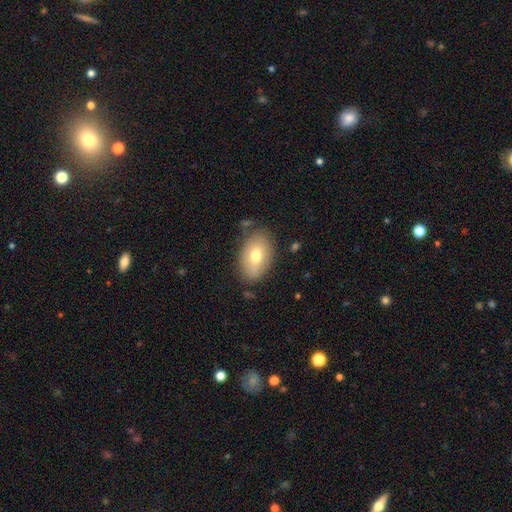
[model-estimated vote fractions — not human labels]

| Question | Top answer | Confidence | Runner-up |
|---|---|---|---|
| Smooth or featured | smooth | 70% | featured or disk (22%) |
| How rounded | in between | 88% | round (11%) |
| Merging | none | 77% | minor disturbance (16%) |